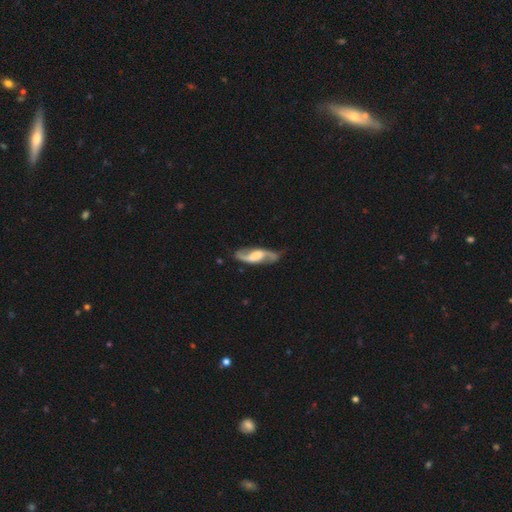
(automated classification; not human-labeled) Q: Smooth or featured?
A: featured or disk (84%); runner-up: smooth (11%)
Q: Edge-on disk?
A: no (90%); runner-up: yes (10%)
Q: Bar?
A: weak (43%); runner-up: no (37%)
Q: Spiral arms?
A: yes (96%); runner-up: no (4%)
Q: Spiral winding?
A: loose (55%); runner-up: medium (36%)
Q: Spiral arm count?
A: 2 (93%); runner-up: can't tell (3%)
Q: Bulge size?
A: moderate (41%); runner-up: large (27%)
Q: Merging?
A: none (78%); runner-up: minor disturbance (15%)